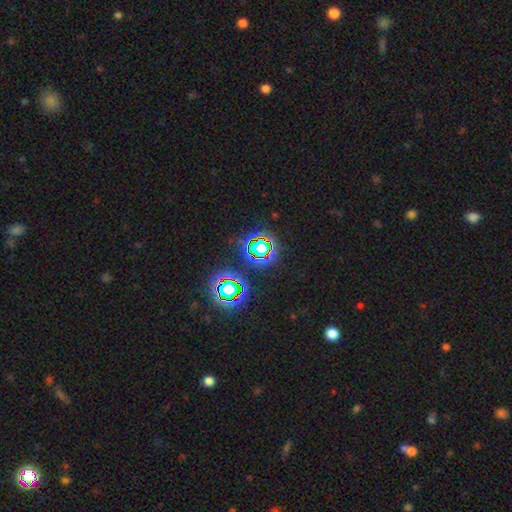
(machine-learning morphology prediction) Smooth or featured? star or artifact (72%)